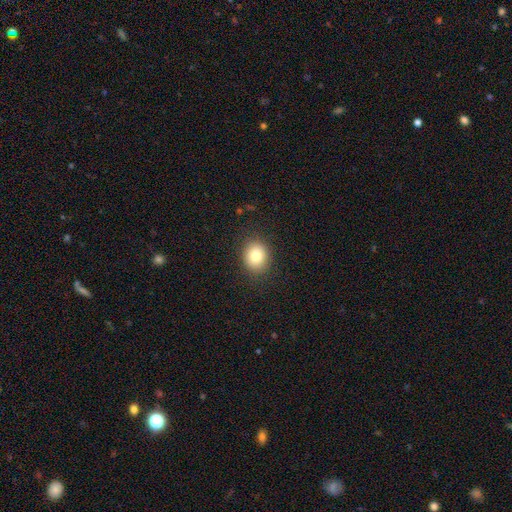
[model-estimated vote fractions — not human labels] The model was most divided on "how rounded": round: 63%, in between: 36%, cigar-shaped: 1%. More confident: merging — none (88%); smooth or featured — smooth (82%).